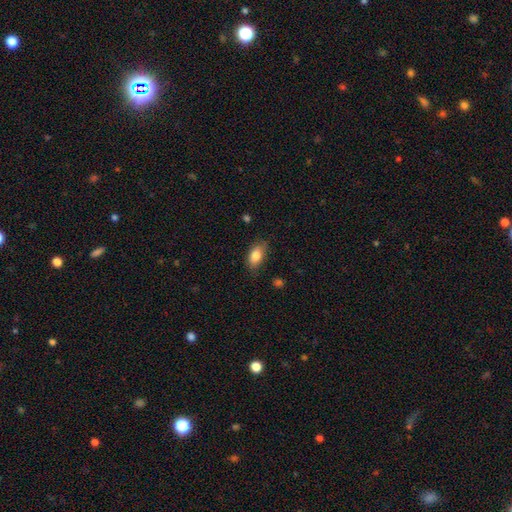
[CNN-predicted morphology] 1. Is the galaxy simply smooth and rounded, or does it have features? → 83% smooth, 9% featured or disk, 7% star or artifact.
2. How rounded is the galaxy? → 90% in between, 6% round, 4% cigar-shaped.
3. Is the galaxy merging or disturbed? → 80% none, 16% minor disturbance, 3% major disturbance, 1% merger.